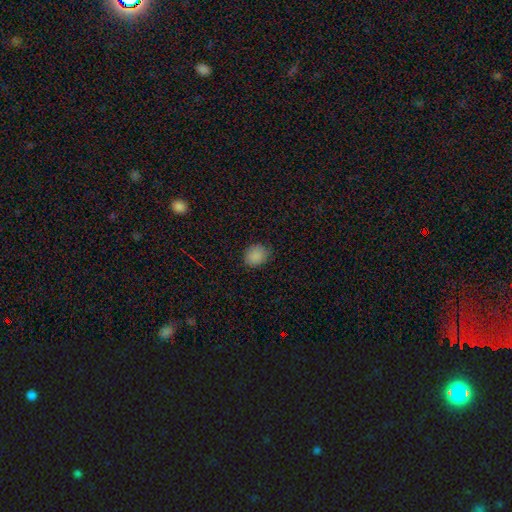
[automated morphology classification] The model was most divided on "how rounded": round: 62%, in between: 37%, cigar-shaped: 1%. More confident: smooth or featured — smooth (87%); merging — none (80%).